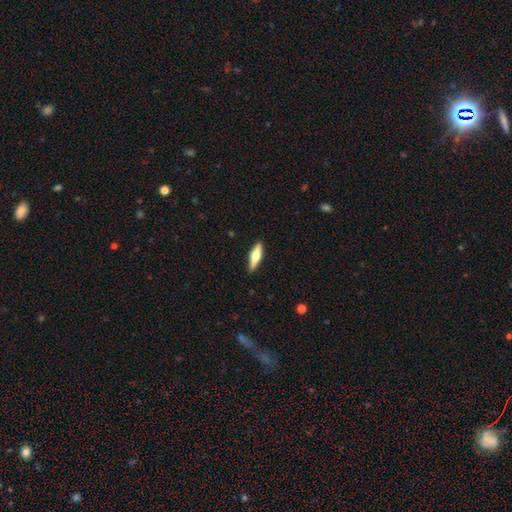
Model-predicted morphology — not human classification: This is possibly a featured or disk galaxy (51%). It is clearly viewed edge-on (94%). Merging: clearly none (90%).